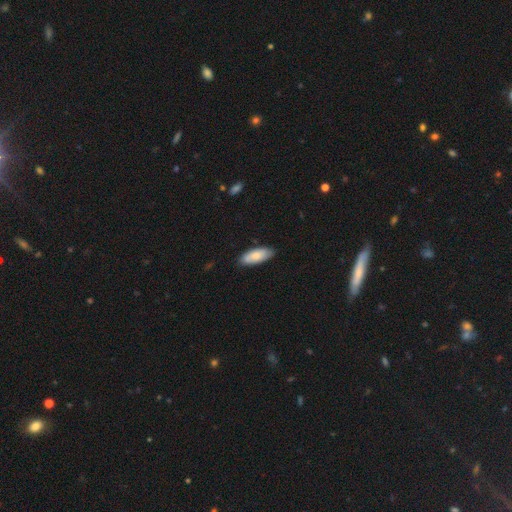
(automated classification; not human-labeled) A smooth galaxy with no disk features (79%) that is in between round and cigar-shaped (80%).

Vote fractions:
- Smooth or featured? smooth: 79% / featured or disk: 16% / star or artifact: 5%
- How rounded? in between: 80% / cigar-shaped: 18% / round: 2%
- Merging? none: 82% / minor disturbance: 15% / major disturbance: 2% / merger: 1%